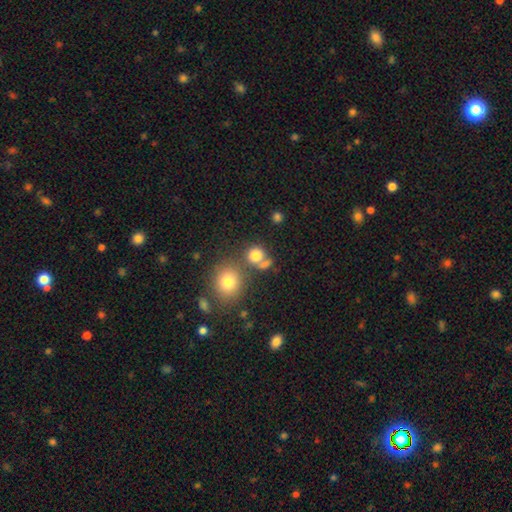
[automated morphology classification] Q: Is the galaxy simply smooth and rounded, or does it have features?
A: smooth — 79%.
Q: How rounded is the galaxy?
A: round — 83%.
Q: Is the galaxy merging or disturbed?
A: none — 57%.